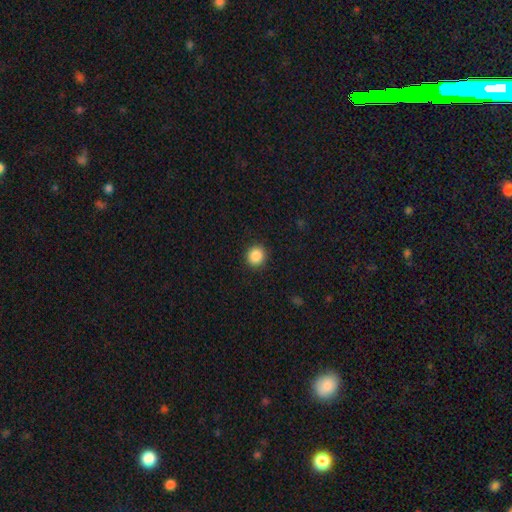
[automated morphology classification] Smooth or featured? Predicted: smooth (p=0.88). How rounded? Predicted: round (p=0.89). Merging? Predicted: none (p=0.91).